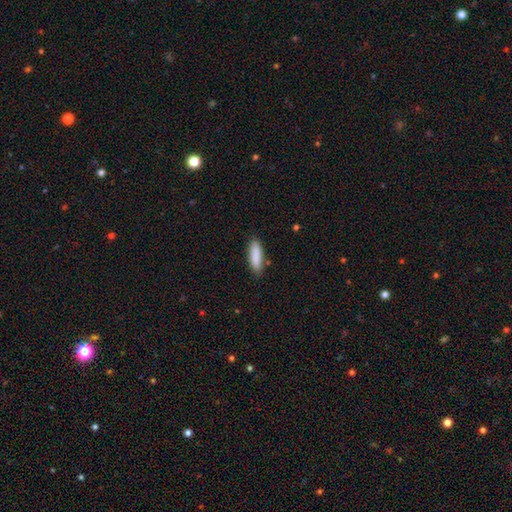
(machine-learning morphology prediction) Smooth or featured?
  - smooth: 88% *
  - featured or disk: 6%
  - star or artifact: 6%
How rounded?
  - cigar-shaped: 55% *
  - in between: 44%
  - round: 1%
Merging?
  - none: 84% *
  - minor disturbance: 12%
  - major disturbance: 2%
  - merger: 2%